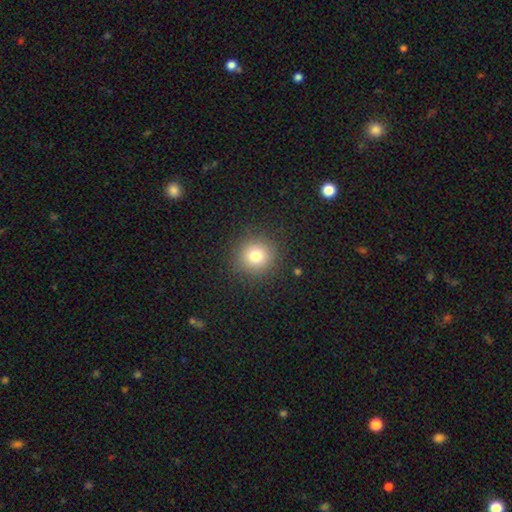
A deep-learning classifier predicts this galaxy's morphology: Smooth or featured?
  - smooth: 77% *
  - star or artifact: 14%
  - featured or disk: 9%
How rounded?
  - round: 93% *
  - in between: 6%
  - cigar-shaped: 1%
Merging?
  - none: 89% *
  - minor disturbance: 7%
  - major disturbance: 3%
  - merger: 1%